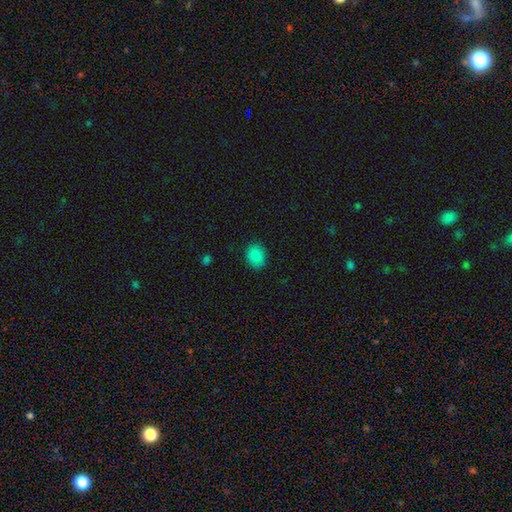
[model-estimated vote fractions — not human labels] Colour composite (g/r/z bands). It shows a smooth galaxy with no disk features (87%) that is in between round and cigar-shaped (58%). Merging: none (87%).